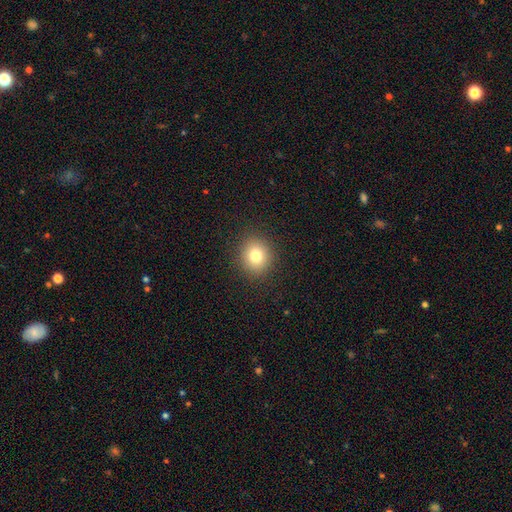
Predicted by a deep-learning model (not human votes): This is clearly a smooth galaxy (80%). How rounded: clearly round (80%). Merging: clearly none (90%).